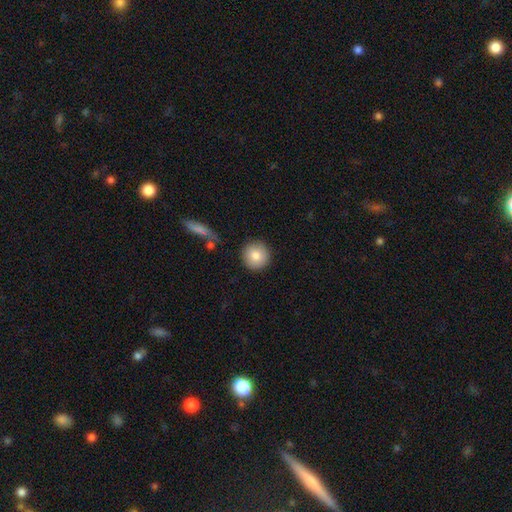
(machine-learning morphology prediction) Smooth or featured? smooth (83%)
How rounded? round (95%)
Merging? none (89%)